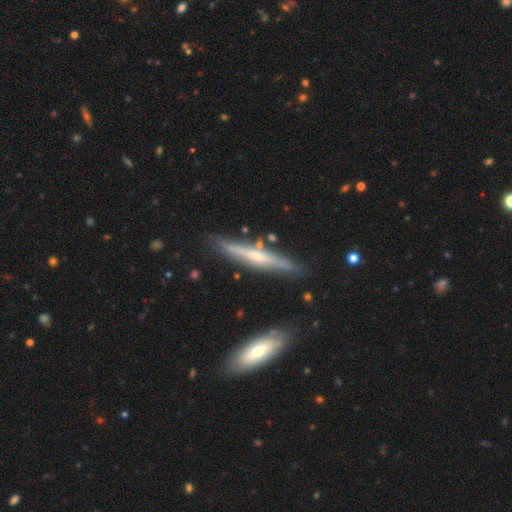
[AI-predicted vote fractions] This appears to be a featured or disk galaxy (63%) viewed edge-on (94%) with a rounded central bulge (64%). Merging: none (83%).